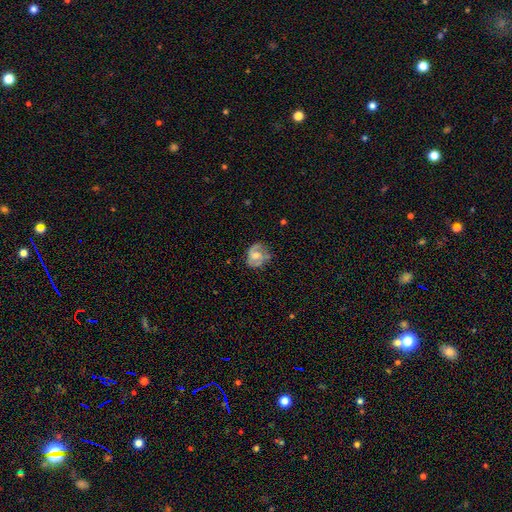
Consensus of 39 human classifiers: Volunteers were most divided on "spiral winding": loose: 47%, medium: 37%, tight: 16%. Remaining: edge-on disk — no (96%); spiral arms — yes (79%); spiral arm count — 2 (74%); smooth or featured — featured or disk (64%); bulge size — moderate (62%); bar — weak (54%); merging — none (42%).